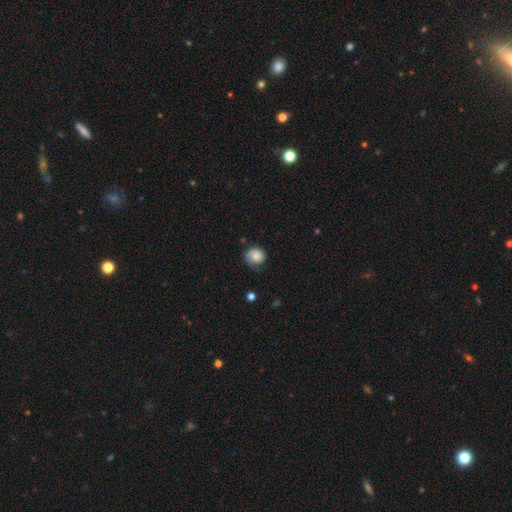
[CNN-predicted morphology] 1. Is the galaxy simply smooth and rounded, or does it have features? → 70% smooth, 22% featured or disk, 8% star or artifact.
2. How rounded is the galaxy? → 76% round, 23% in between, 1% cigar-shaped.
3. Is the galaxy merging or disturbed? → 54% none, 31% minor disturbance, 14% major disturbance, 2% merger.